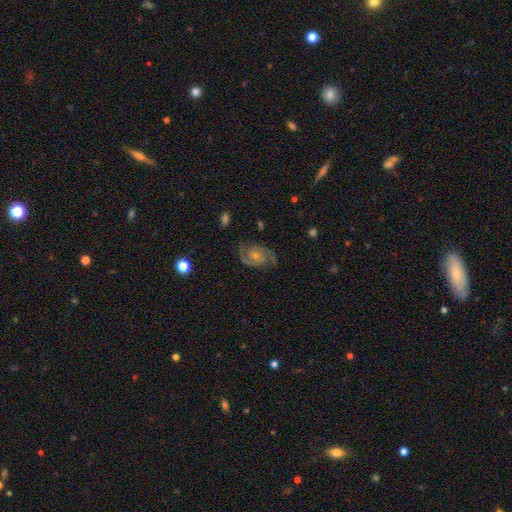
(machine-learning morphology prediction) Smooth or featured? featured or disk (86%)
Edge-on disk? no (97%)
Bar? no (63%)
Spiral arms? yes (98%)
Spiral winding? medium (52%)
Spiral arm count? 2 (92%)
Bulge size? small (46%)
Merging? none (82%)